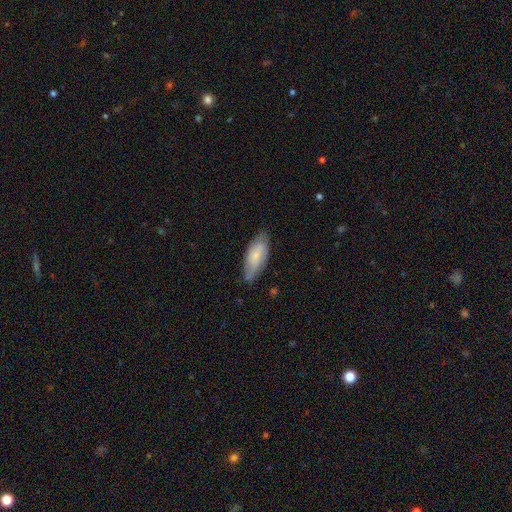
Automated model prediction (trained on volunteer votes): A smooth galaxy with no disk features (61%) that is in between round and cigar-shaped (78%). Merging: none (70%).